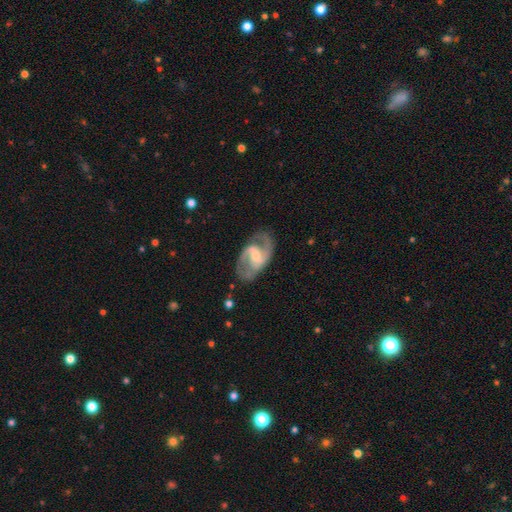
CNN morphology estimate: Smooth or featured: featured or disk — 88% (smooth — 8%)
Edge-on disk: no — 97% (yes — 3%)
Bar: weak — 52% (strong — 28%)
Spiral arms: yes — 96% (no — 4%)
Spiral winding: medium — 57% (loose — 23%)
Spiral arm count: 2 — 86% (can't tell — 5%)
Bulge size: small — 46% (moderate — 43%)
Merging: none — 74% (minor disturbance — 17%)